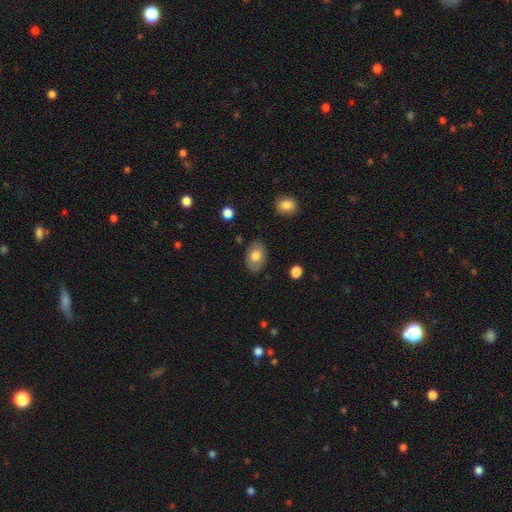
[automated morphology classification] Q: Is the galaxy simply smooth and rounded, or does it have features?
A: smooth — 71%.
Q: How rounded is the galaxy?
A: in between — 85%.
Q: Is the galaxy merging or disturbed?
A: none — 82%.